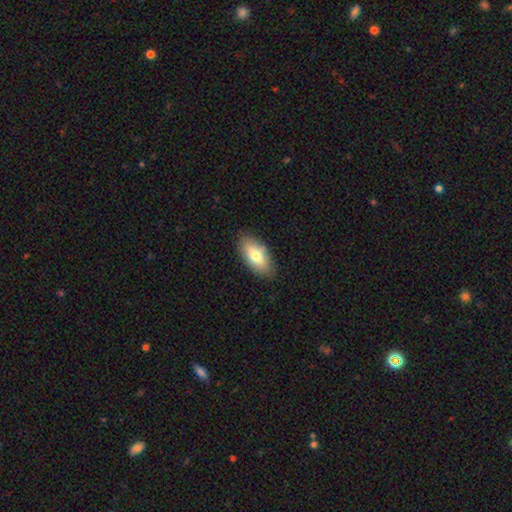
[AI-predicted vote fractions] smooth-or-featured: smooth: 74% | featured or disk: 19% | star or artifact: 7%
  how-rounded: in between: 90% | cigar-shaped: 7% | round: 3%
  merging: none: 84% | minor disturbance: 12% | major disturbance: 3% | merger: 1%